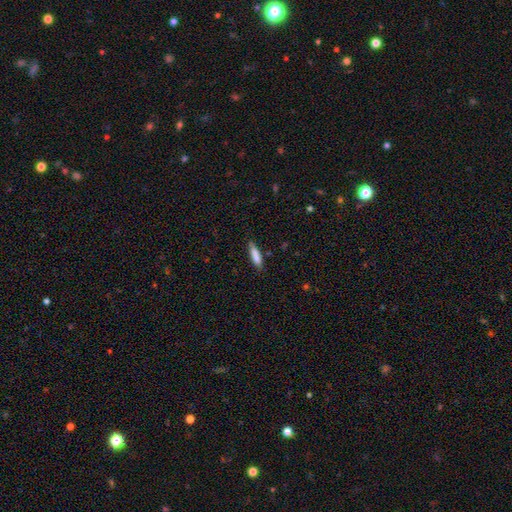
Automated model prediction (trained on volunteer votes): This appears to be a smooth galaxy with no disk features (83%) that is cigar-shaped (71%). Merging: none (81%).